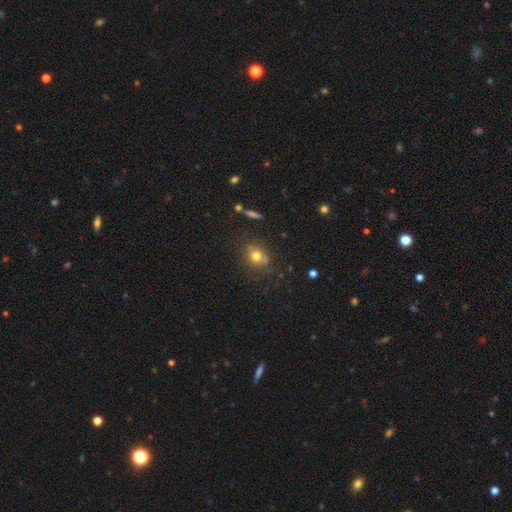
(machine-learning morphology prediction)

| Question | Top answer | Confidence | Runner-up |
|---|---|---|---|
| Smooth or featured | smooth | 72% | star or artifact (14%) |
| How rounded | round | 75% | in between (23%) |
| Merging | none | 67% | minor disturbance (17%) |